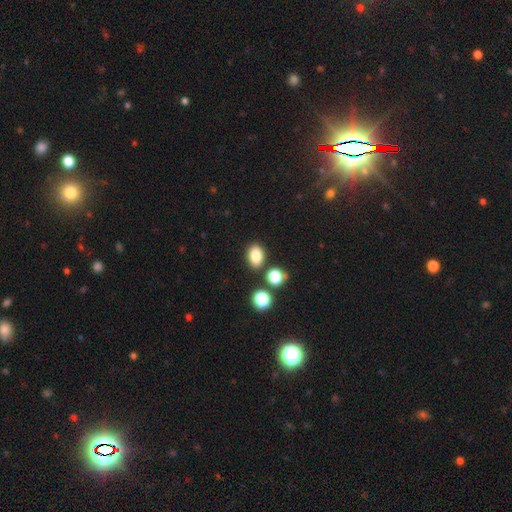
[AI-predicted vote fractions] smooth_or_featured: smooth (p=0.82) [alt: star or artifact p=0.11]
how_rounded: in between (p=0.78) [alt: round p=0.21]
merging: none (p=0.80) [alt: minor disturbance p=0.10]